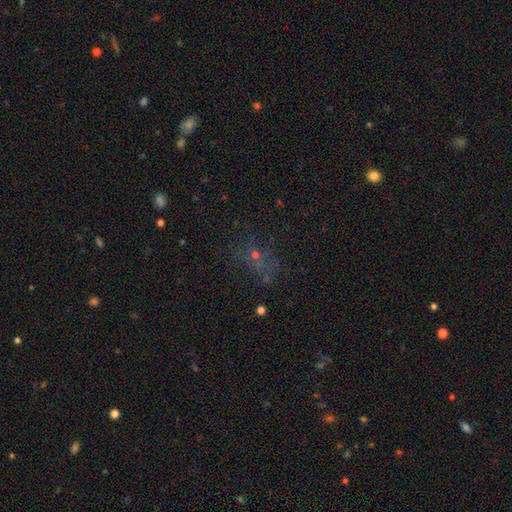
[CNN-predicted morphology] This appears to be a star or artifact, not a galaxy (40%).